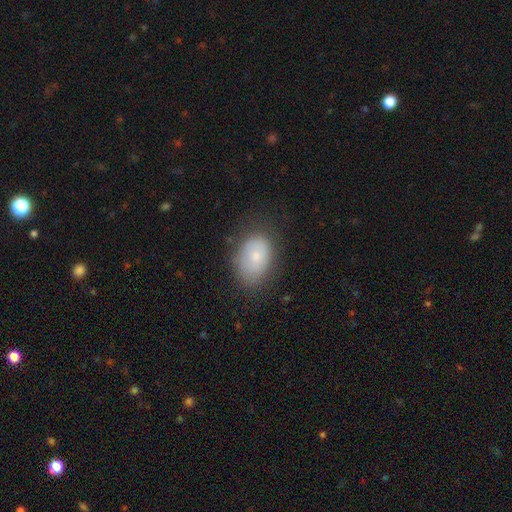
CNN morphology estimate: Smooth or featured? Predicted: smooth (p=0.74). How rounded? Predicted: in between (p=0.84). Merging? Predicted: none (p=0.71).